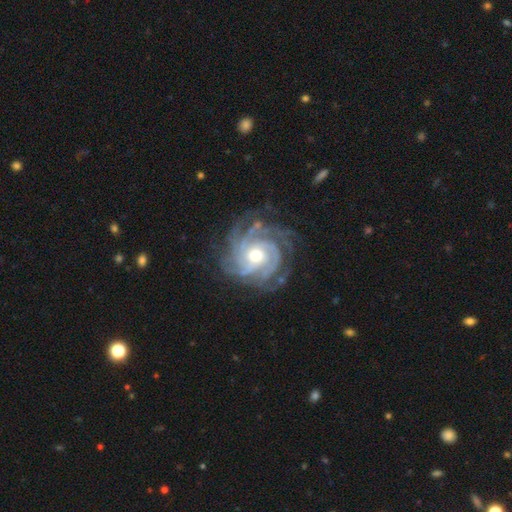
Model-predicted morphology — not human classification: Smooth or featured?
  - featured or disk: 91% *
  - star or artifact: 5%
  - smooth: 4%
Edge-on disk?
  - no: 98% *
  - yes: 2%
Bar?
  - no: 72% *
  - weak: 21%
  - strong: 7%
Spiral arms?
  - yes: 98% *
  - no: 2%
Spiral winding?
  - tight: 72% *
  - medium: 24%
  - loose: 4%
Spiral arm count?
  - 4: 28% *
  - more than 4: 21%
  - can't tell: 19%
  - 3: 16%
  - 2: 9%
  - 1: 7%
Bulge size?
  - moderate: 63% *
  - small: 30%
  - large: 5%
  - none: 1%
  - dominant: 1%
Merging?
  - none: 75% *
  - minor disturbance: 16%
  - major disturbance: 8%
  - merger: 1%